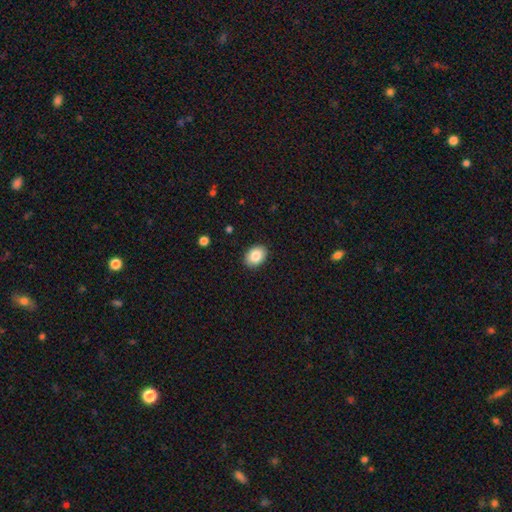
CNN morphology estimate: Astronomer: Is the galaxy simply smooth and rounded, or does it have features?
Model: smooth — 85%.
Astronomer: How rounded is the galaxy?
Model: in between — 73%.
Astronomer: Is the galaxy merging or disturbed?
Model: none — 89%.